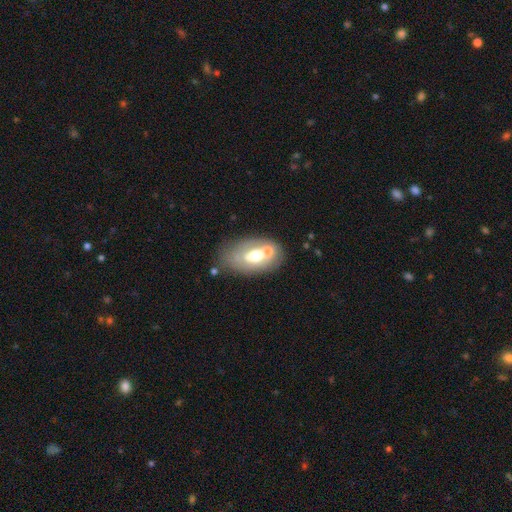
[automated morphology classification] Smooth or featured? smooth (46%, tied with featured or disk)
Merging? none (42%)